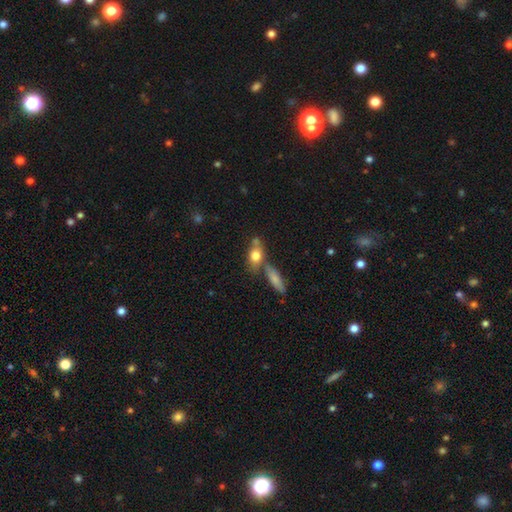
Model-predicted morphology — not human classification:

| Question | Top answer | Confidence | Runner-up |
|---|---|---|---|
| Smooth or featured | smooth | 74% | featured or disk (18%) |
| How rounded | in between | 66% | round (21%) |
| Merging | none | 46% | merger (36%) |